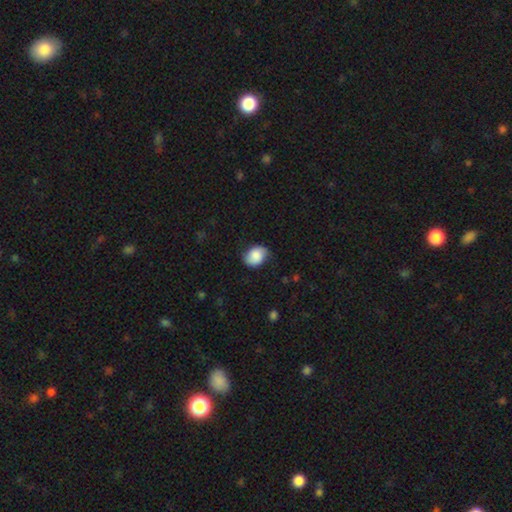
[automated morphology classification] The model was most divided on "how rounded": in between: 62%, round: 37%, cigar-shaped: 1%. More confident: smooth or featured — smooth (76%); merging — none (74%).